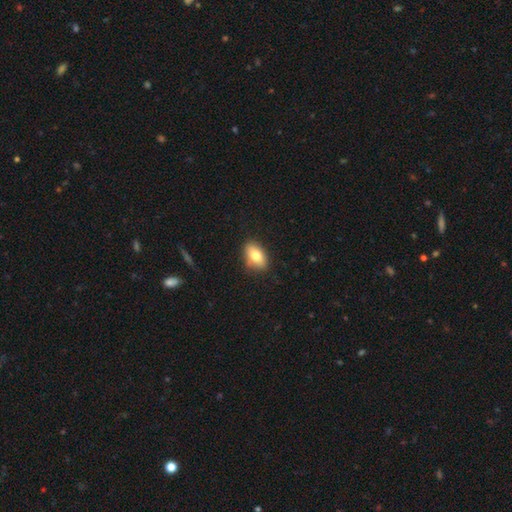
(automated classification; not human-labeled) smooth_or_featured: smooth (p=0.78) [alt: featured or disk p=0.14]
how_rounded: in between (p=0.87) [alt: round p=0.10]
merging: none (p=0.81) [alt: minor disturbance p=0.15]